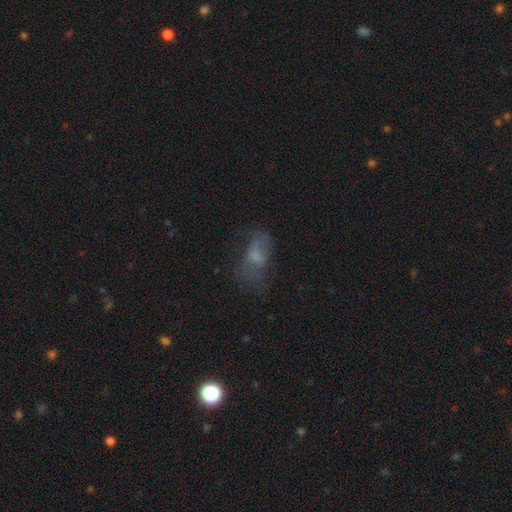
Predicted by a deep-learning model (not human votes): Smooth or featured? Predicted: smooth (p=0.47). Merging? Predicted: none (p=0.43).